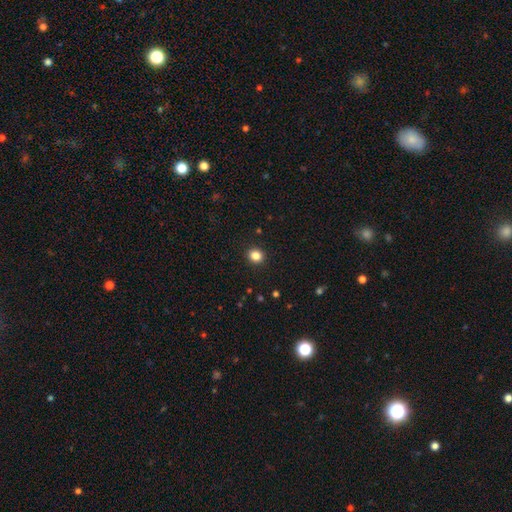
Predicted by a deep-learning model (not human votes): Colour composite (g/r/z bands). It shows a smooth galaxy with no disk features (84%) that is round (84%). Merging: none (92%).